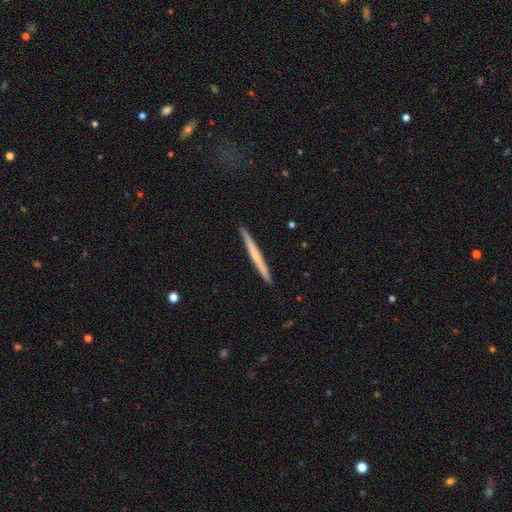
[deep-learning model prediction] Overall: featured or disk (50%; smooth 44%). Edge-on disk: yes (98%). Merging: none (92%).